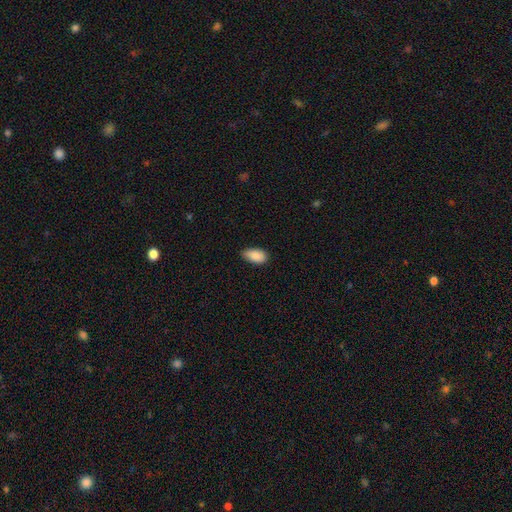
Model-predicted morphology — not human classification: A smooth galaxy with no disk features (89%) that is in between round and cigar-shaped (94%). Merging: none (78%).